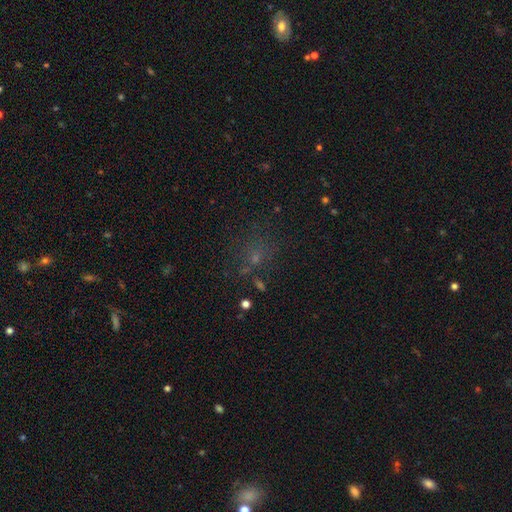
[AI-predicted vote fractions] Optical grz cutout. It shows a smooth galaxy with no disk features (43%, tied with star or artifact). Merging: none (67%).